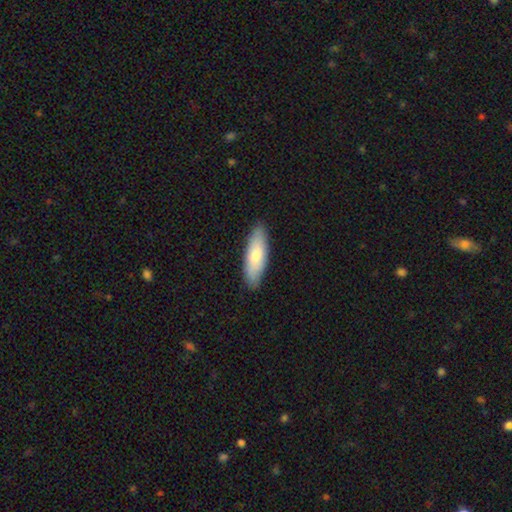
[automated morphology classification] Smooth or featured?
  - smooth: 73% *
  - featured or disk: 22%
  - star or artifact: 5%
How rounded?
  - in between: 56% *
  - cigar-shaped: 42%
  - round: 2%
Merging?
  - none: 86% *
  - minor disturbance: 11%
  - major disturbance: 2%
  - merger: 1%